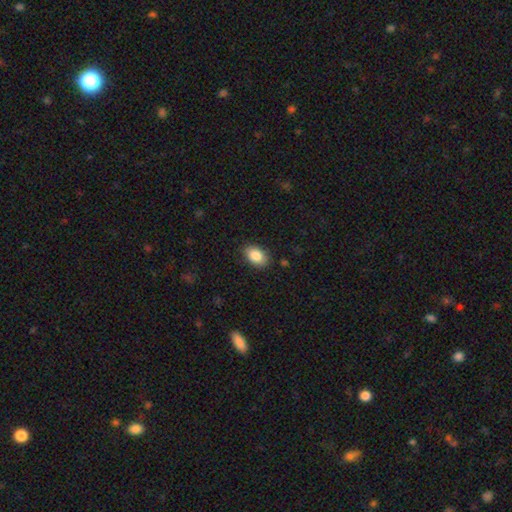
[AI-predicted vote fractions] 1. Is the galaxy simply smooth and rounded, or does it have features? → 87% smooth, 7% star or artifact, 6% featured or disk.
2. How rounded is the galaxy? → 88% in between, 11% round, 1% cigar-shaped.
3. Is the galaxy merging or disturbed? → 86% none, 10% minor disturbance, 2% major disturbance, 1% merger.